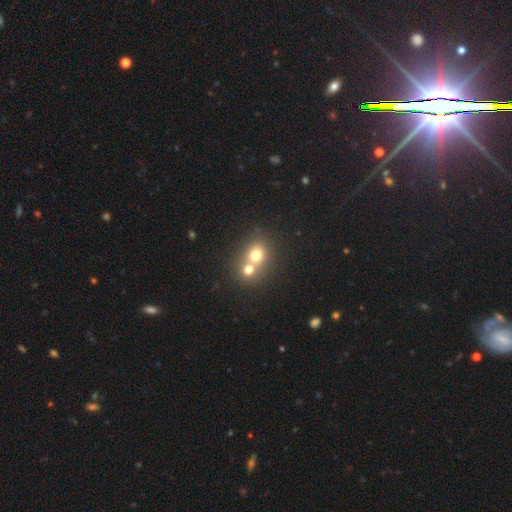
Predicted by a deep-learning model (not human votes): Smooth or featured?
  - smooth: 71% *
  - featured or disk: 16%
  - star or artifact: 13%
How rounded?
  - round: 71% *
  - in between: 28%
  - cigar-shaped: 1%
Merging?
  - merger: 62% *
  - none: 31%
  - minor disturbance: 5%
  - major disturbance: 2%